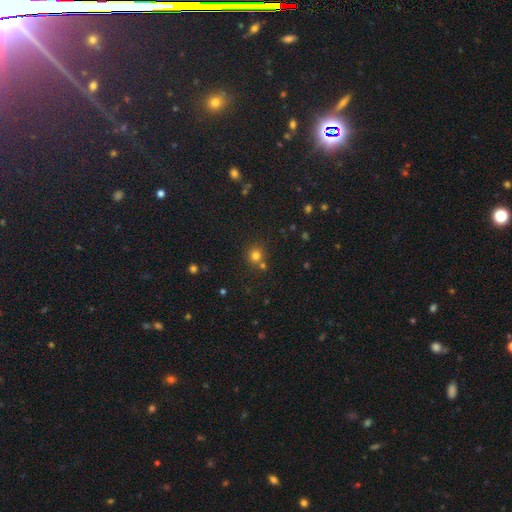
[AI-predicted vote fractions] A smooth galaxy with no disk features (76%) that is round (90%). Merging: none (68%).